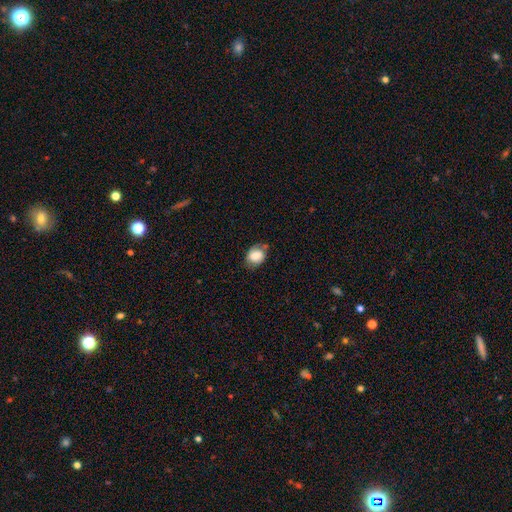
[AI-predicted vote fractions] smooth-or-featured: smooth: 75% | featured or disk: 16% | star or artifact: 8%
  how-rounded: in between: 56% | round: 43% | cigar-shaped: 1%
  merging: none: 57% | minor disturbance: 30% | major disturbance: 9% | merger: 4%